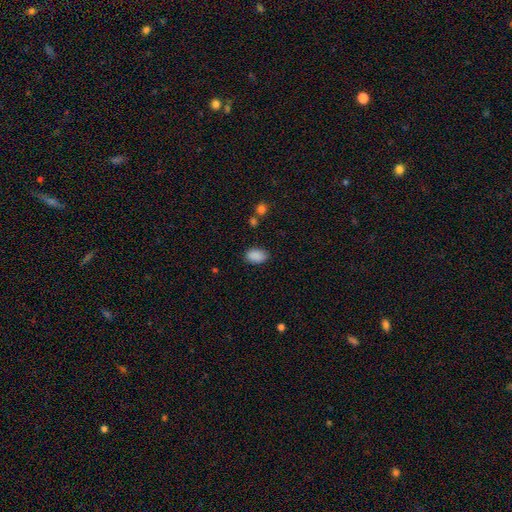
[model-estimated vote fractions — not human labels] smooth 89%, star or artifact 8%, featured or disk 3%. Down the decision tree: how rounded — in between (90%); merging — none (83%).